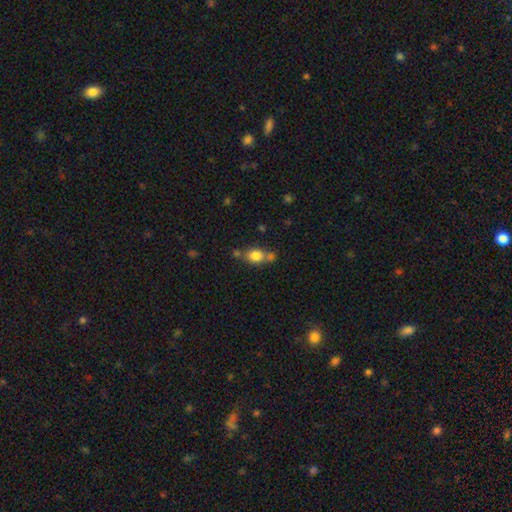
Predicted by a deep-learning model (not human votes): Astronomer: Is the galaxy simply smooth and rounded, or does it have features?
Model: smooth — 80%.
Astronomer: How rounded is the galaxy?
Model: in between — 51% (runner-up: round, 47%).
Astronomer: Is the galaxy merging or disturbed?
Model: none — 52% (runner-up: merger, 29%).